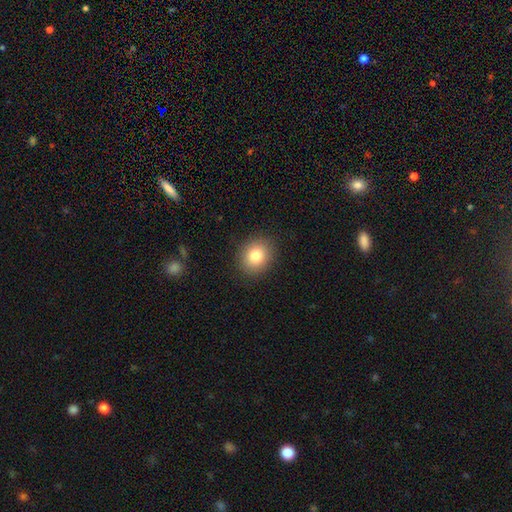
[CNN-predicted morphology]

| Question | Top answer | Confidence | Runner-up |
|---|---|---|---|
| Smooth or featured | smooth | 84% | star or artifact (9%) |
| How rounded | round | 67% | in between (32%) |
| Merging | none | 89% | minor disturbance (8%) |